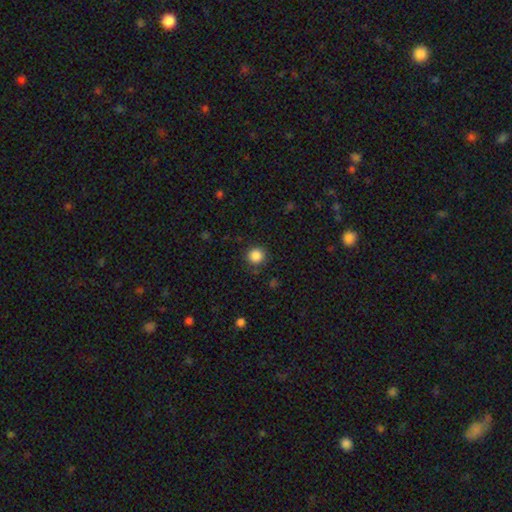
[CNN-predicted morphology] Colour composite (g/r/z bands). It shows a smooth galaxy with no disk features (86%) that is round (94%). Merging: none (88%).